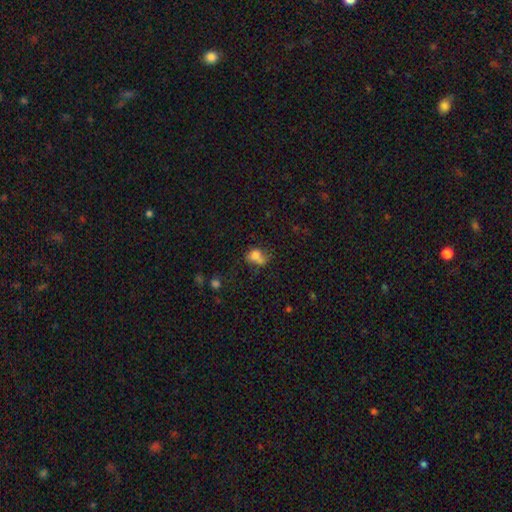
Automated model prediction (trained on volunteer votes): Smooth or featured? Predicted: smooth (p=0.71). How rounded? Predicted: in between (p=0.61). Merging? Predicted: none (p=0.31).